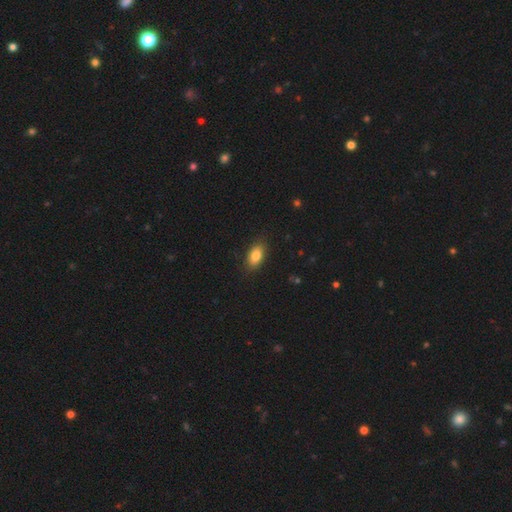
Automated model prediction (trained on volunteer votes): The model was most divided on "smooth or featured": smooth: 83%, featured or disk: 9%, star or artifact: 8%. More confident: how rounded — in between (89%); merging — none (86%).